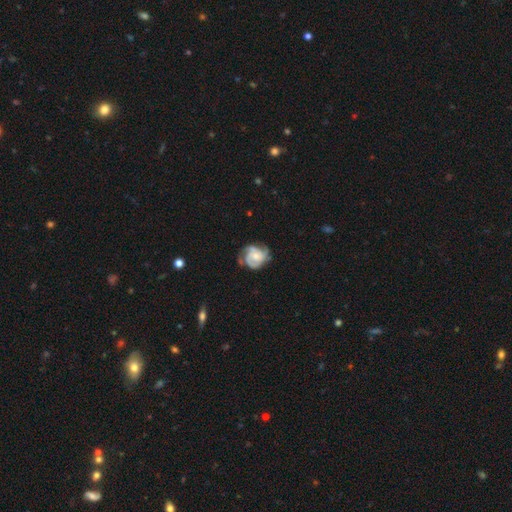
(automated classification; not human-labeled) Morphology: type=featured or disk (82%); edge-on=no (98%); bar=no (71%); spiral arms=yes (96%); winding=tight (56%); arm count=3 (51%); bulge=small (49%); merging=none (64%).